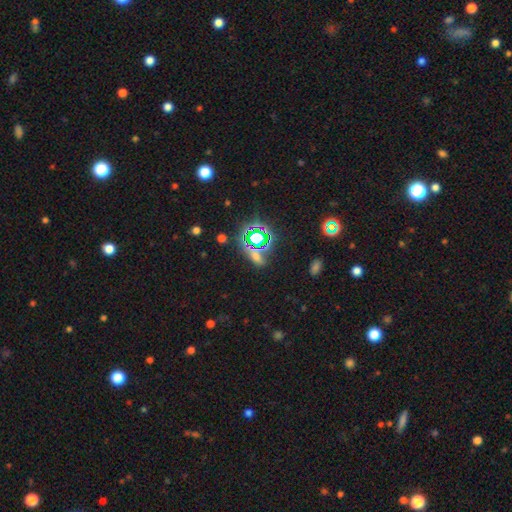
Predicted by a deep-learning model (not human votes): Overall: star or artifact (57%; smooth 32%).